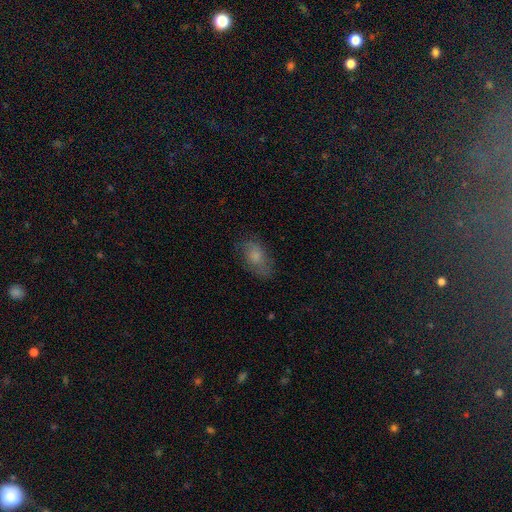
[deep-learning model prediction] smooth 65%, featured or disk 25%, star or artifact 9%. Down the decision tree: how rounded — in between (87%); merging — none (69%).